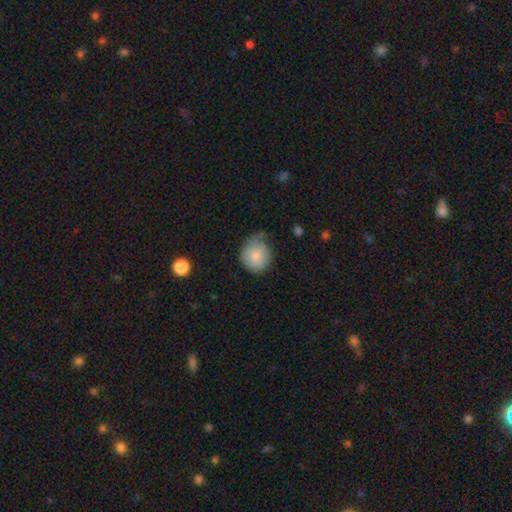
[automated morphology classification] The model was most divided on "merging": none: 52%, minor disturbance: 35%, major disturbance: 10%, merger: 3%. More confident: how rounded — round (86%); smooth or featured — smooth (83%).